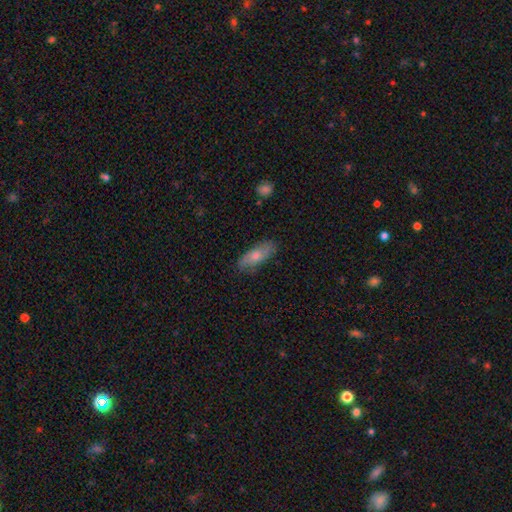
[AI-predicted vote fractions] The model was most divided on "smooth or featured": smooth: 59%, featured or disk: 33%, star or artifact: 7%. More confident: merging — none (84%); how rounded — in between (68%).